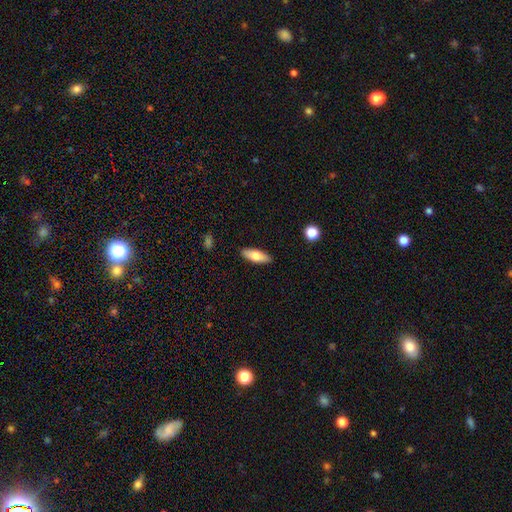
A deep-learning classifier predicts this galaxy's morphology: A smooth galaxy with no disk features (74%) that is in between round and cigar-shaped (66%).

Vote fractions:
- Smooth or featured? smooth: 74% / featured or disk: 20% / star or artifact: 6%
- How rounded? in between: 66% / cigar-shaped: 32% / round: 2%
- Merging? none: 88% / minor disturbance: 9% / major disturbance: 2% / merger: 1%